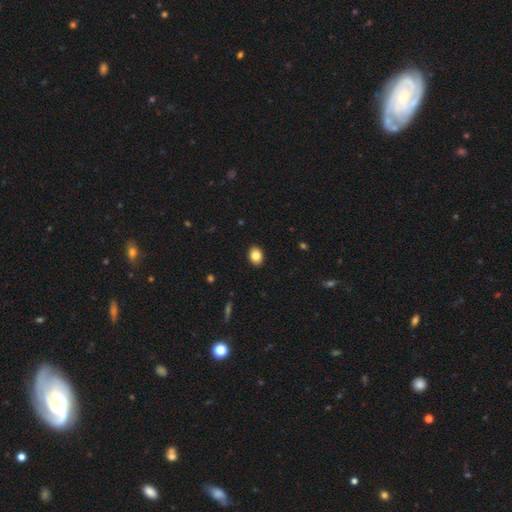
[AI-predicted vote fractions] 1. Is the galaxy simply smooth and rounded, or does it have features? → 85% smooth, 9% star or artifact, 7% featured or disk.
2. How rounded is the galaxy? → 65% in between, 34% round, 1% cigar-shaped.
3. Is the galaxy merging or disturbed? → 91% none, 7% minor disturbance, 2% major disturbance, 1% merger.